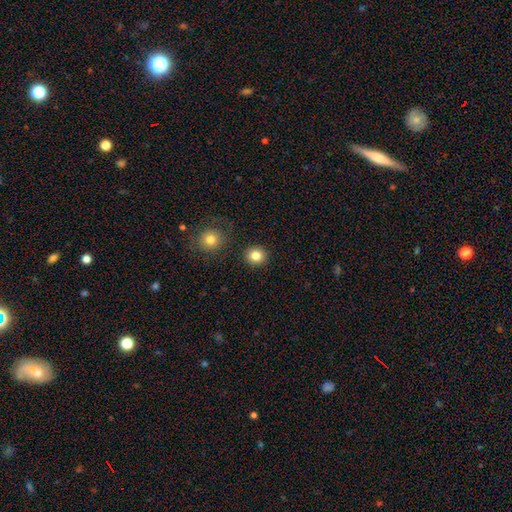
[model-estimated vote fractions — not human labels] Overall: smooth (83%). How rounded: round (89%). Merging: none (89%).